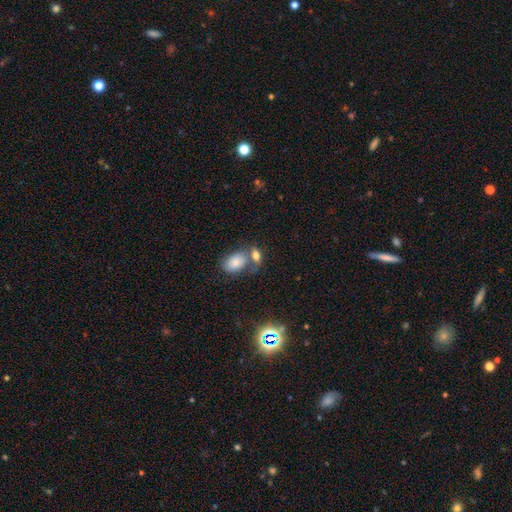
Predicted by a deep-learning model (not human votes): smooth 76%, featured or disk 13%, star or artifact 11%. Down the decision tree: how rounded — in between (83%); merging — merger (45%).